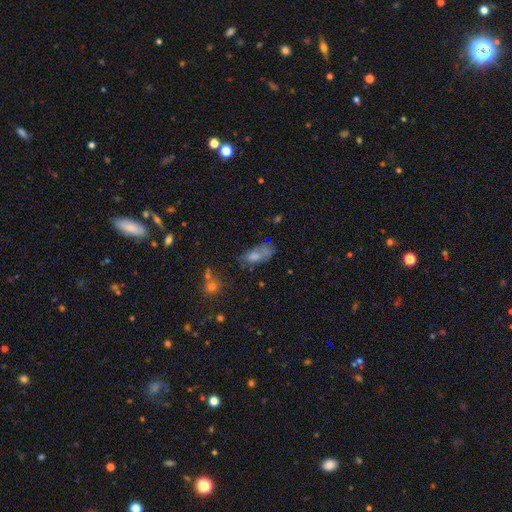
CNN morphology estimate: This appears to be a smooth galaxy with no disk features (66%) that is in between round and cigar-shaped (82%). Merging: none (47%).